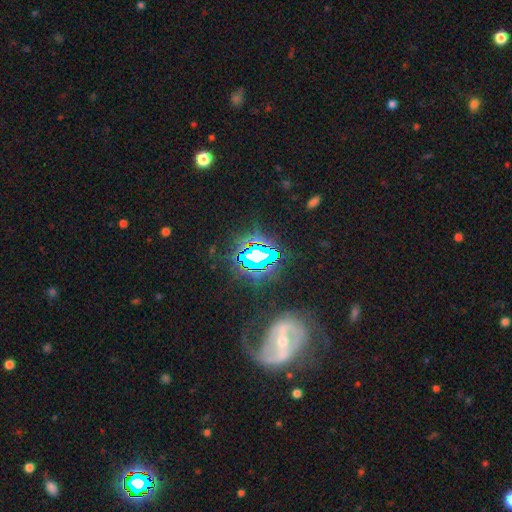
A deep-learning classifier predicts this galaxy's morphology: type=star or artifact (70%).